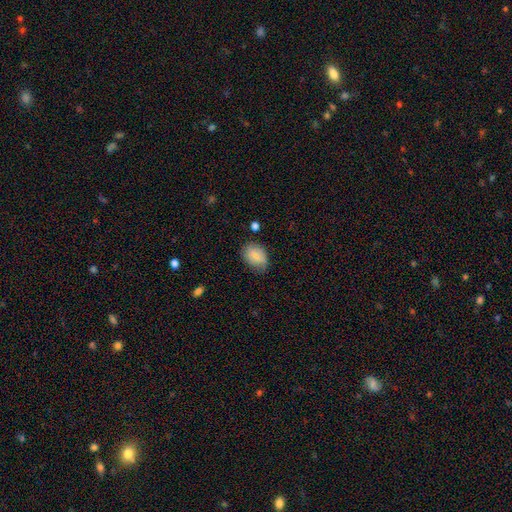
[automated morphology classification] type=smooth (84%); roundness=in between (78%); merging=none (68%).